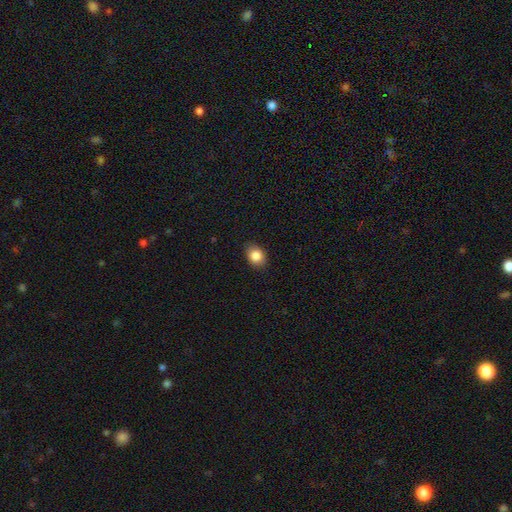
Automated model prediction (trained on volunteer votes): Smooth or featured: smooth — 86% (star or artifact — 9%)
How rounded: in between — 61% (round — 37%)
Merging: none — 86% (minor disturbance — 11%)